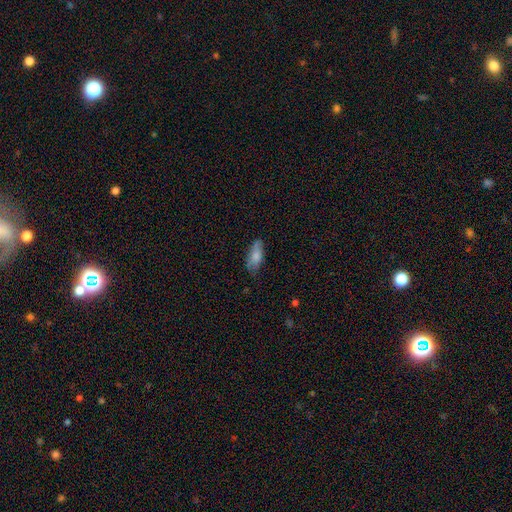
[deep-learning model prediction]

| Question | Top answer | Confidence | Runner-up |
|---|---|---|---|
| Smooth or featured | smooth | 74% | featured or disk (19%) |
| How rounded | in between | 78% | cigar-shaped (19%) |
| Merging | none | 65% | minor disturbance (26%) |